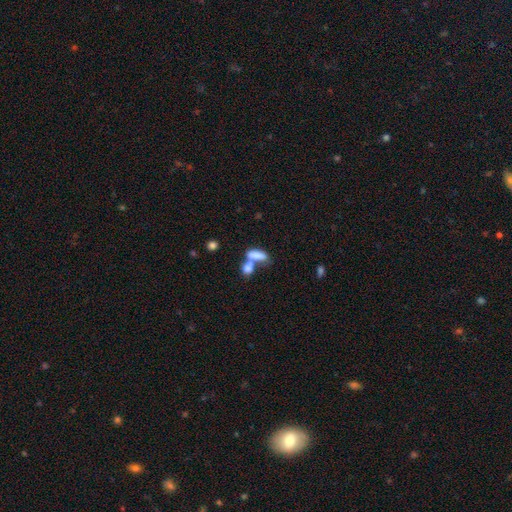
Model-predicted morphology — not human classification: Smooth or featured: smooth — 78% (featured or disk — 13%)
How rounded: in between — 76% (cigar-shaped — 17%)
Merging: merger — 57% (none — 26%)